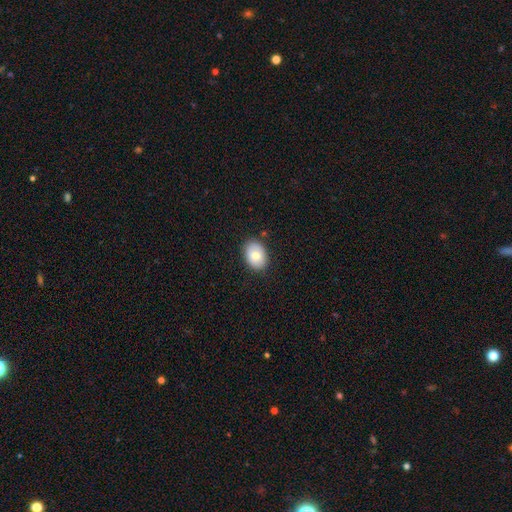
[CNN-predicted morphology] smooth-or-featured: smooth: 76% | featured or disk: 17% | star or artifact: 7%
  how-rounded: in between: 78% | round: 21% | cigar-shaped: 1%
  merging: none: 87% | minor disturbance: 10% | major disturbance: 2% | merger: 1%